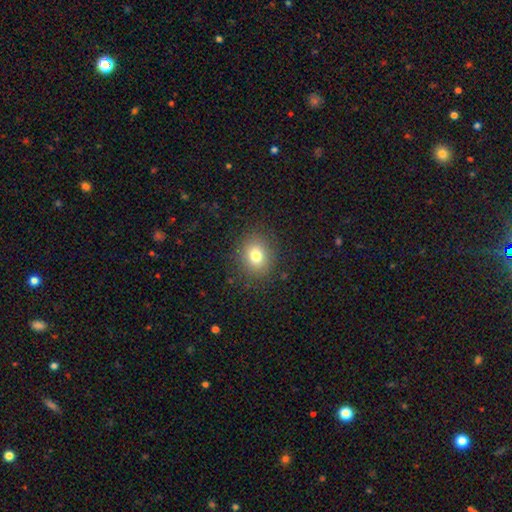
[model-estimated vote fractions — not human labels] The model was most divided on "how rounded": round: 62%, in between: 37%, cigar-shaped: 1%. More confident: merging — none (87%); smooth or featured — smooth (78%).